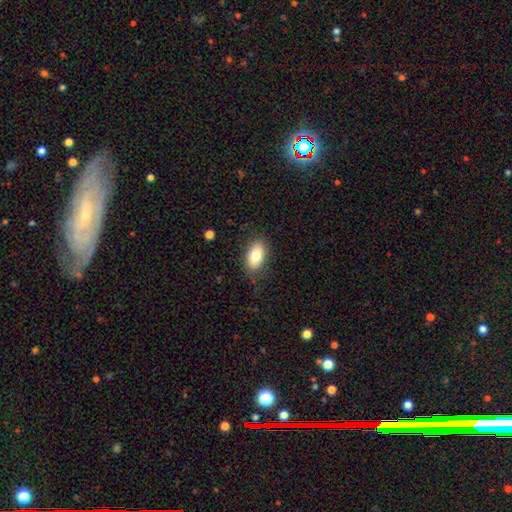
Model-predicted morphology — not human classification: Smooth or featured: smooth — 80% (featured or disk — 13%)
How rounded: in between — 92% (round — 6%)
Merging: none — 81% (minor disturbance — 13%)